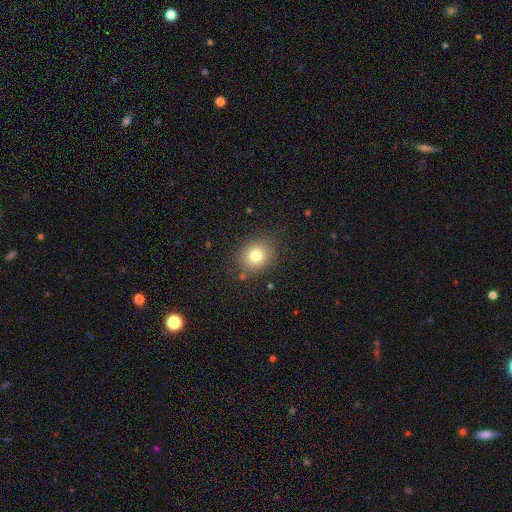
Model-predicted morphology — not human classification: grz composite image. It shows a smooth galaxy with no disk features (78%) that is round (72%). Merging: none (84%).